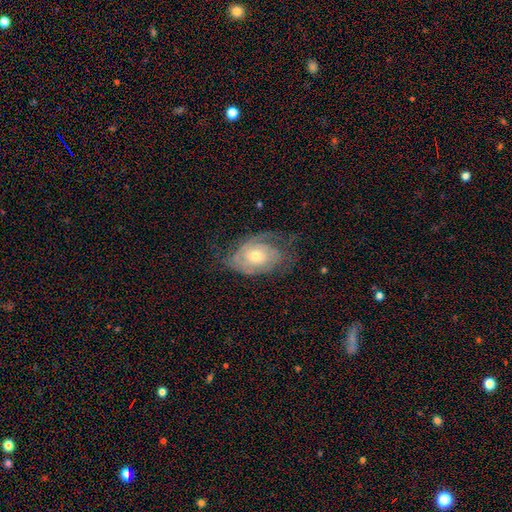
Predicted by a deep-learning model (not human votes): The model was most divided on "spiral arm count": 2: 36%, can't tell: 33%, 3: 14%, 1: 9%, 4: 4%, more than 4: 3%. More confident: edge-on disk — no (95%); spiral arms — yes (88%); bar — no (77%); smooth or featured — featured or disk (74%); bulge size — moderate (62%); merging — none (56%); spiral winding — tight (56%).